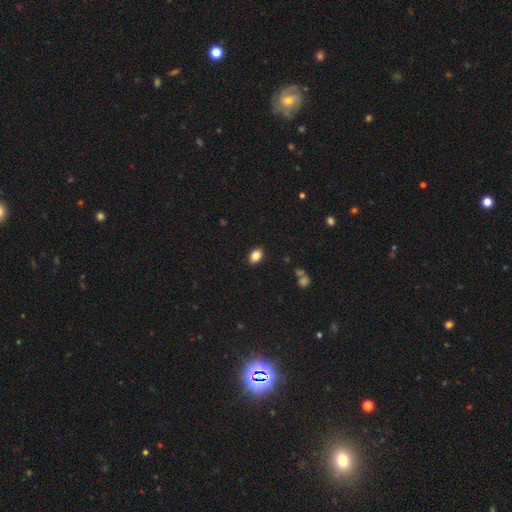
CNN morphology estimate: Smooth or featured: smooth — 84% (star or artifact — 9%)
How rounded: in between — 80% (round — 18%)
Merging: none — 89% (minor disturbance — 8%)